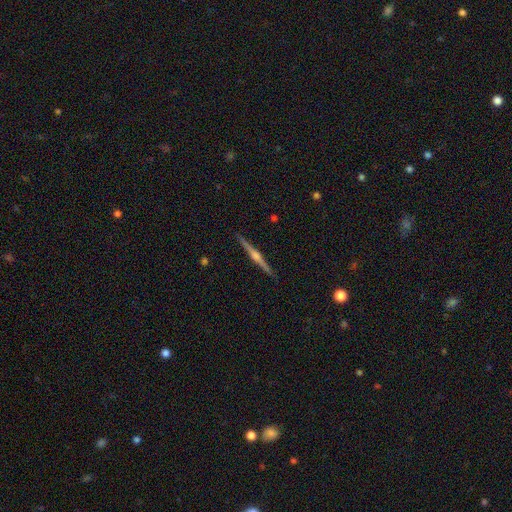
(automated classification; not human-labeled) Q: Smooth or featured?
A: featured or disk (84%); runner-up: smooth (11%)
Q: Edge-on disk?
A: yes (99%); runner-up: no (1%)
Q: Edge-on bulge?
A: rounded (90%); runner-up: boxy (6%)
Q: Merging?
A: none (93%); runner-up: minor disturbance (5%)